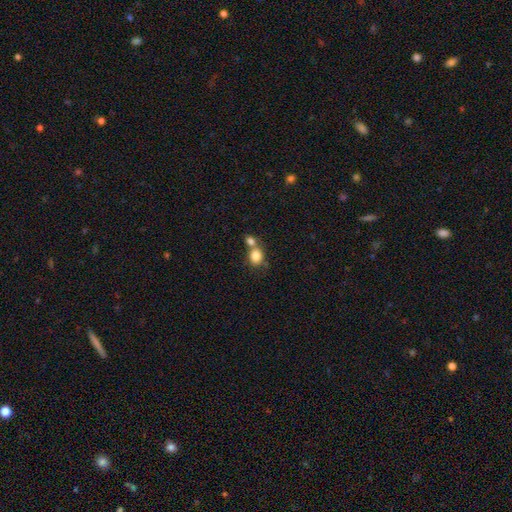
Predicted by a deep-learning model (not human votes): The model was most divided on "merging": merger: 49%, none: 38%, minor disturbance: 9%, major disturbance: 4%. More confident: smooth or featured — smooth (81%); how rounded — round (60%).